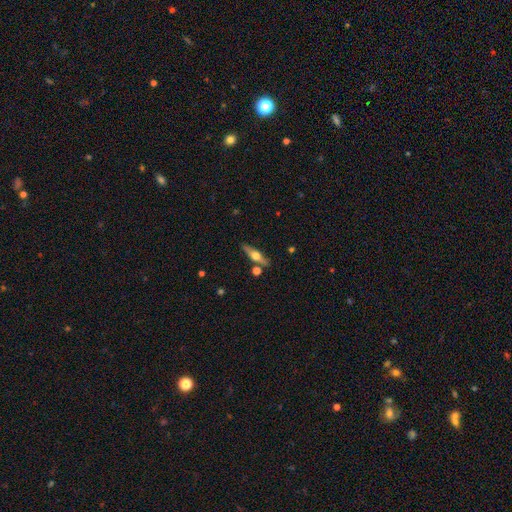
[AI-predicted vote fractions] A featured or disk galaxy (62%) viewed edge-on (94%) with a rounded central bulge (94%).

Vote fractions:
- Smooth or featured? featured or disk: 62% / smooth: 31% / star or artifact: 6%
- Edge-on disk? yes: 94% / no: 6%
- Edge-on bulge? rounded: 94% / boxy: 3% / none: 2%
- Merging? none: 81% / minor disturbance: 10% / merger: 7% / major disturbance: 2%